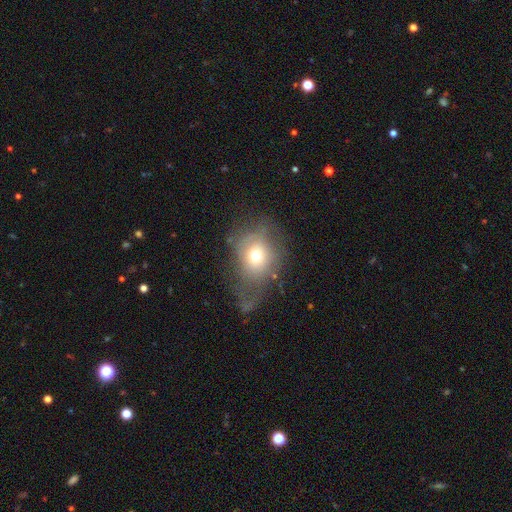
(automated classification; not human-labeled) A smooth galaxy with no disk features (62%) that is round (63%). Merging: major disturbance (40%).